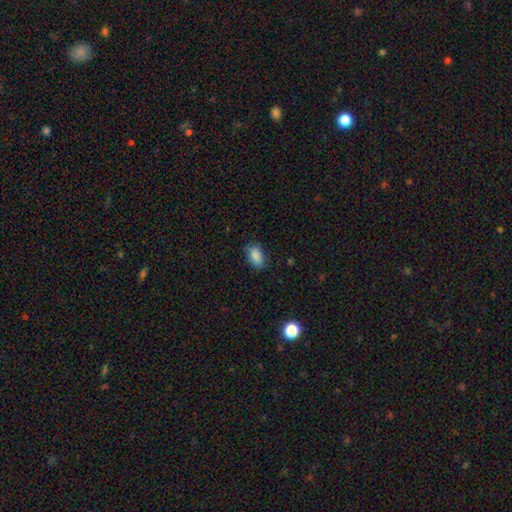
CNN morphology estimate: smooth 88%, star or artifact 8%, featured or disk 4%. Down the decision tree: how rounded — in between (91%); merging — none (79%).